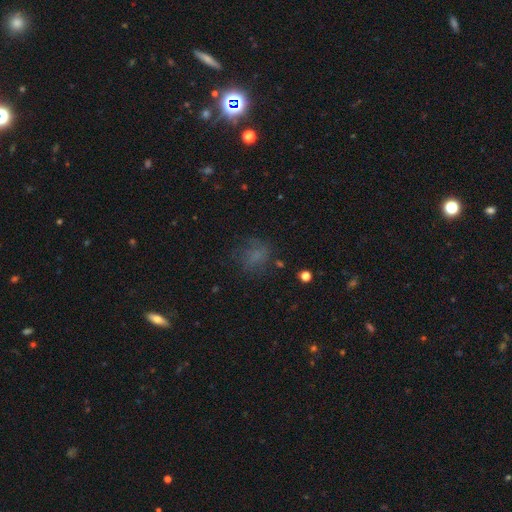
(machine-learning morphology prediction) Q: Smooth or featured?
A: smooth (61%); runner-up: star or artifact (21%)
Q: How rounded?
A: round (59%); runner-up: in between (39%)
Q: Merging?
A: none (63%); runner-up: minor disturbance (19%)